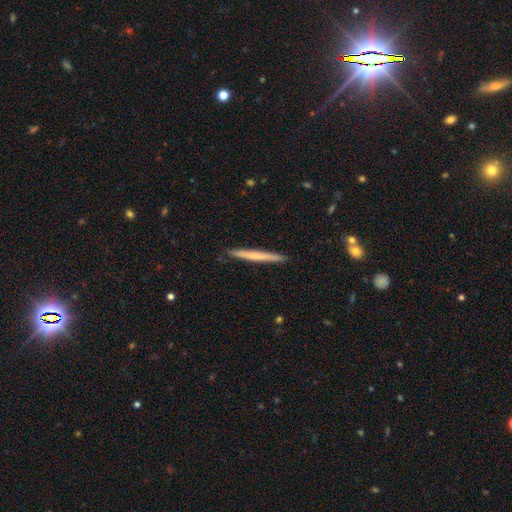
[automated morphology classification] Q: Smooth or featured?
A: smooth (58%); runner-up: featured or disk (37%)
Q: How rounded?
A: cigar-shaped (97%); runner-up: in between (2%)
Q: Merging?
A: none (91%); runner-up: minor disturbance (6%)